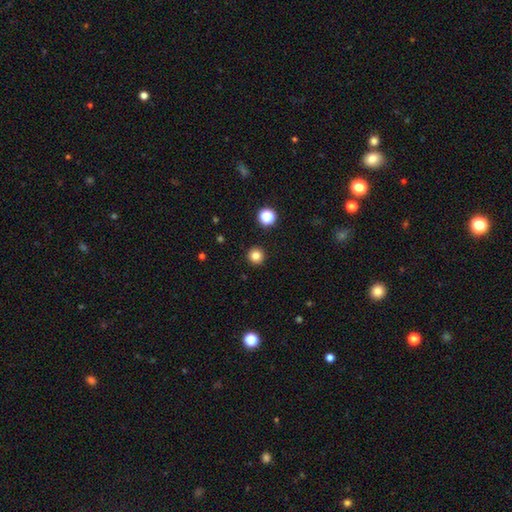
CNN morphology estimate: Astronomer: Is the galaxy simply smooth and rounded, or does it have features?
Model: smooth — 82%.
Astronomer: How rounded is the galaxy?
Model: round — 96%.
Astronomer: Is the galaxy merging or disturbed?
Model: none — 93%.